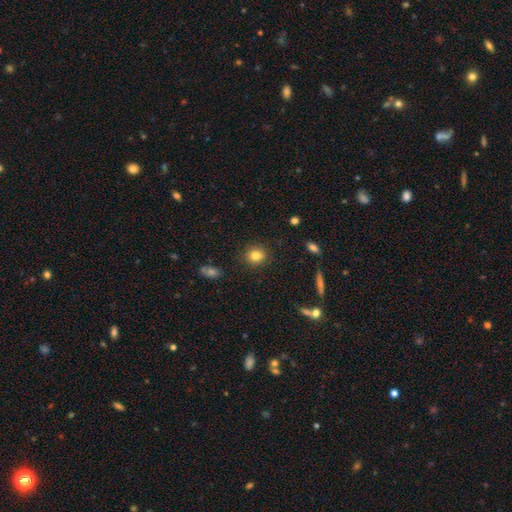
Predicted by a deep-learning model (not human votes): Smooth or featured: smooth — 82% (star or artifact — 10%)
How rounded: round — 74% (in between — 25%)
Merging: none — 88% (minor disturbance — 8%)